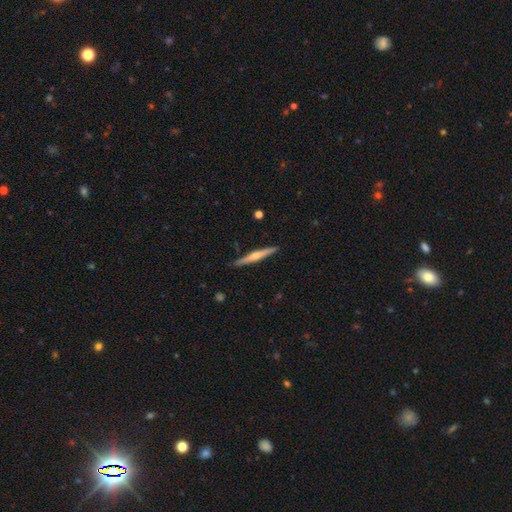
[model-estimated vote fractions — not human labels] Smooth or featured? featured or disk (56%)
Edge-on disk? yes (97%)
Edge-on bulge? rounded (72%)
Merging? none (89%)